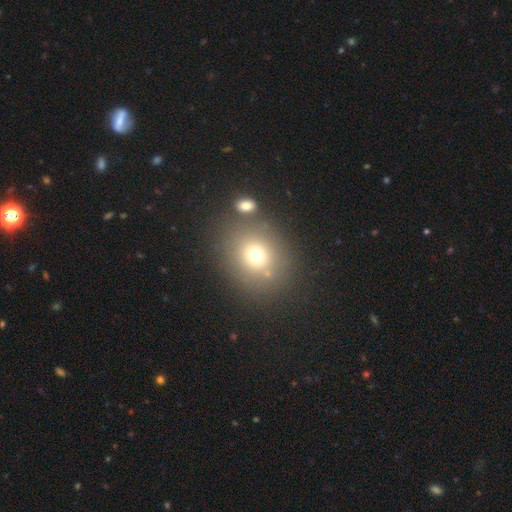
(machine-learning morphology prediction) This appears to be a smooth galaxy with no disk features (70%) that is round (72%). Merging: none (73%).